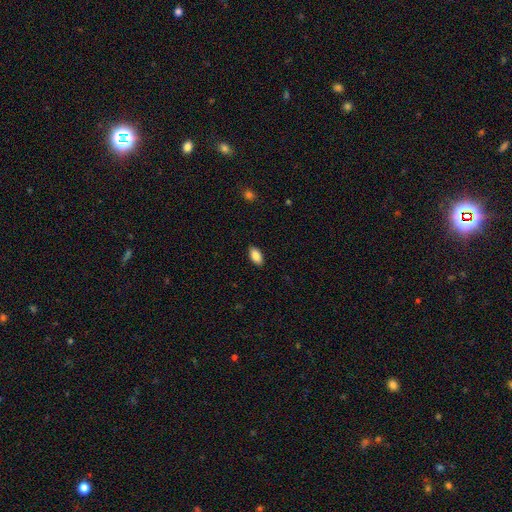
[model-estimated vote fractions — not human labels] Smooth or featured: smooth — 87% (star or artifact — 7%)
How rounded: in between — 93% (cigar-shaped — 4%)
Merging: none — 89% (minor disturbance — 8%)